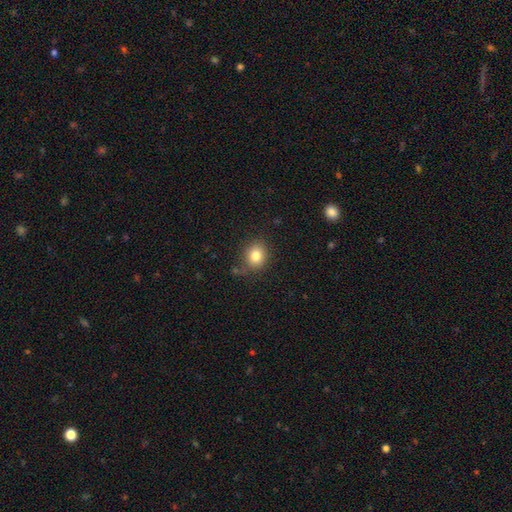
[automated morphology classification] Smooth or featured? Predicted: smooth (p=0.82). How rounded? Predicted: round (p=0.70). Merging? Predicted: none (p=0.78).